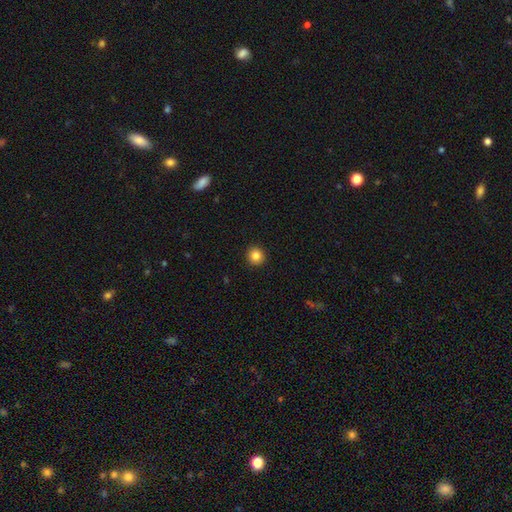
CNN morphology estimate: A smooth galaxy with no disk features (84%) that is round (94%).

Vote fractions:
- Smooth or featured? smooth: 84% / star or artifact: 11% / featured or disk: 5%
- How rounded? round: 94% / in between: 5% / cigar-shaped: 1%
- Merging? none: 93% / minor disturbance: 4% / major disturbance: 2% / merger: 1%